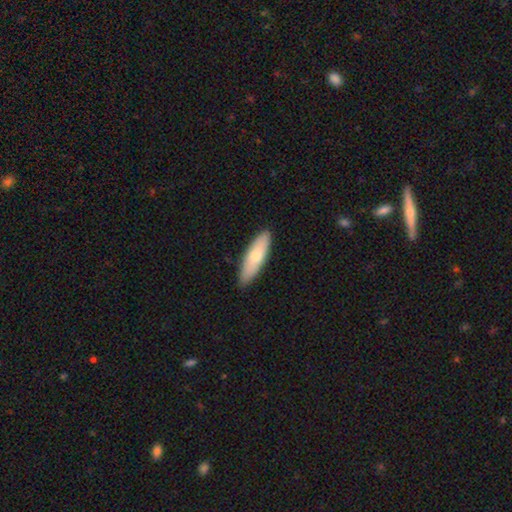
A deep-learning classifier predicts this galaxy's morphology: Smooth or featured? Predicted: smooth (p=0.70). How rounded? Predicted: cigar-shaped (p=0.55). Merging? Predicted: none (p=0.89).